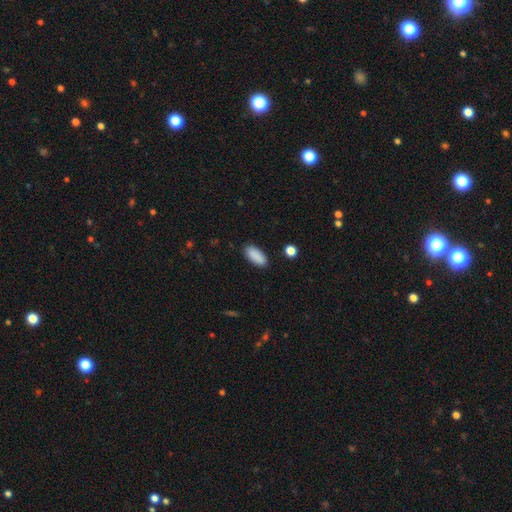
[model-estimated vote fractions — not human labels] Morphology: type=smooth (90%); roundness=in between (87%); merging=none (87%).